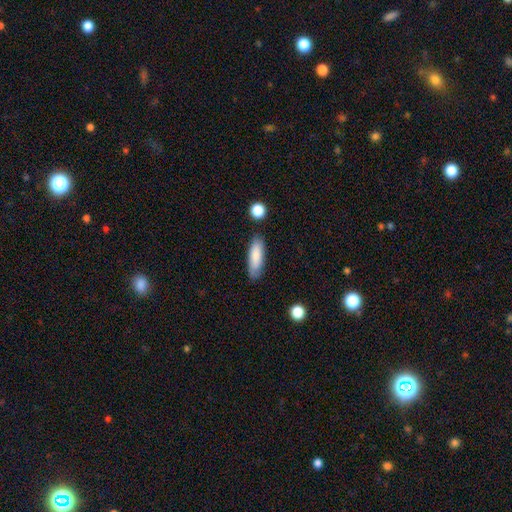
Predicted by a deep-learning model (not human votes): Q: Smooth or featured?
A: smooth (83%); runner-up: featured or disk (11%)
Q: How rounded?
A: in between (53%); runner-up: cigar-shaped (45%)
Q: Merging?
A: none (81%); runner-up: minor disturbance (13%)